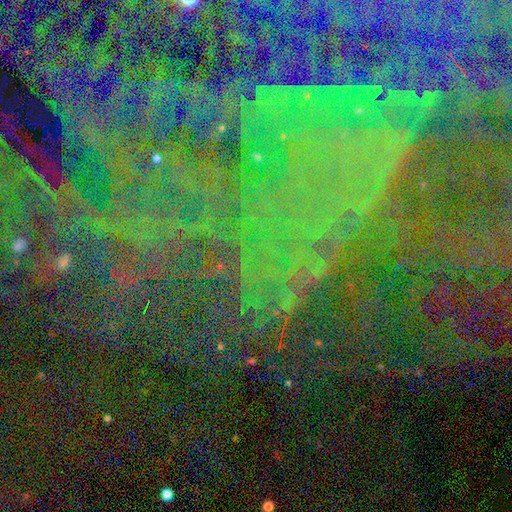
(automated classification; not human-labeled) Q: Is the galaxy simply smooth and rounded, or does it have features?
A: star or artifact — 84%.